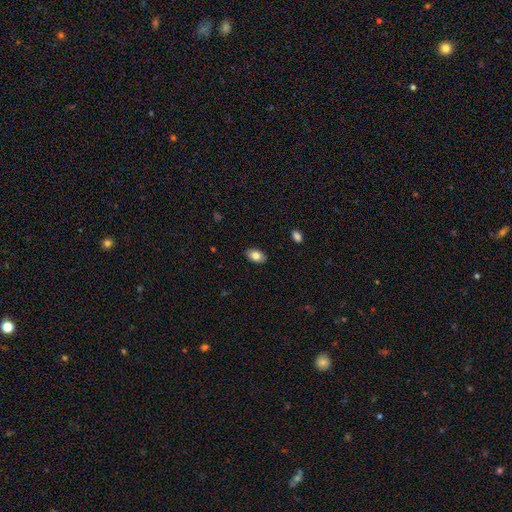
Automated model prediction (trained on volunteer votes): A smooth galaxy with no disk features (82%) that is in between round and cigar-shaped (91%). Merging: none (89%).